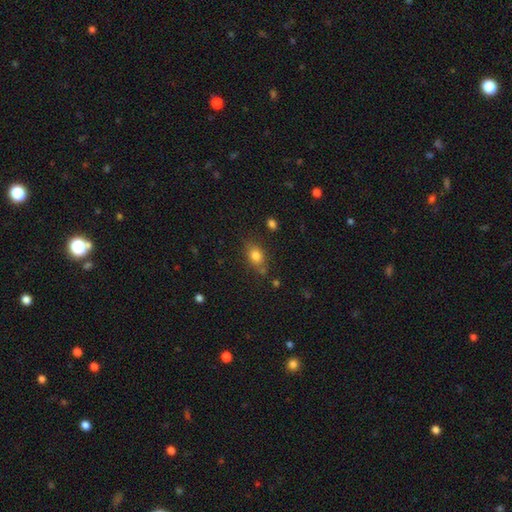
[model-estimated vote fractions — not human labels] Morphology: type=smooth (80%); roundness=in between (67%); merging=none (70%).